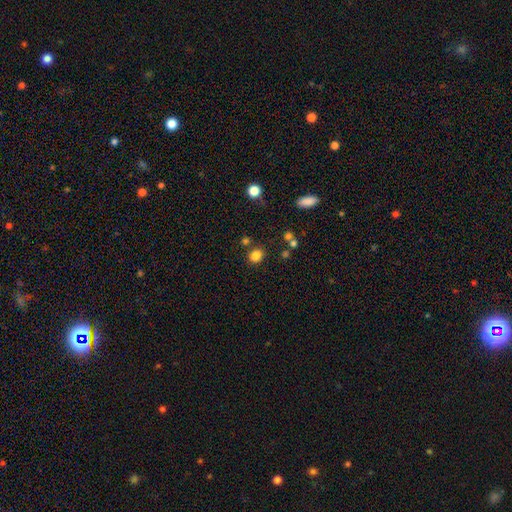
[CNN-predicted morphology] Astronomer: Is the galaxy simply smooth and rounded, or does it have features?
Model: smooth — 82%.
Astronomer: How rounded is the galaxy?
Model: round — 67%.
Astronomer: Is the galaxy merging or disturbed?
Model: none — 81%.